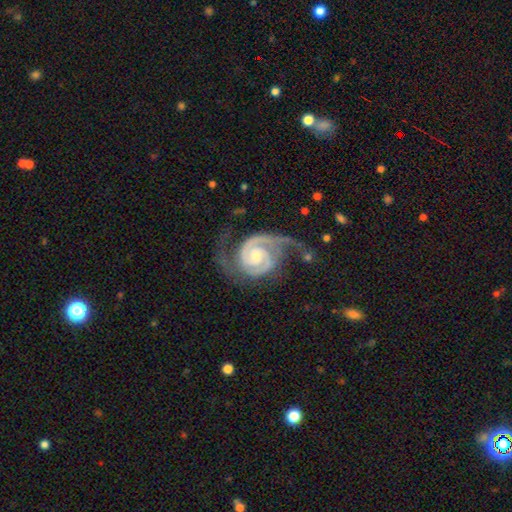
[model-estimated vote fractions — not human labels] Smooth or featured? featured or disk (93%)
Edge-on disk? no (98%)
Bar? no (63%)
Spiral arms? yes (99%)
Spiral winding? tight (55%)
Spiral arm count? 2 (88%)
Bulge size? moderate (50%)
Merging? none (60%)